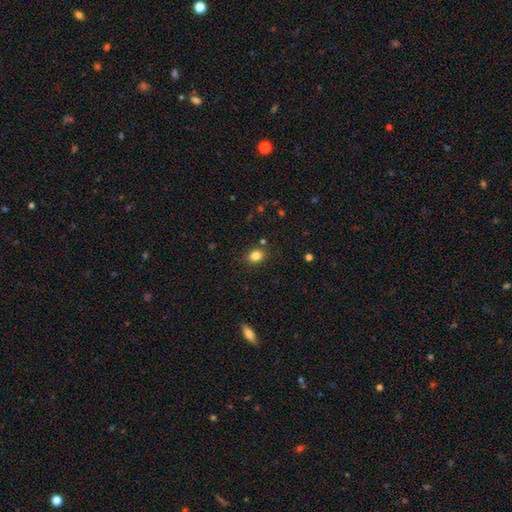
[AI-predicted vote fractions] Smooth or featured?
  - smooth: 83% *
  - star or artifact: 12%
  - featured or disk: 6%
How rounded?
  - round: 55% *
  - in between: 44%
  - cigar-shaped: 1%
Merging?
  - none: 84% *
  - minor disturbance: 10%
  - merger: 3%
  - major disturbance: 3%